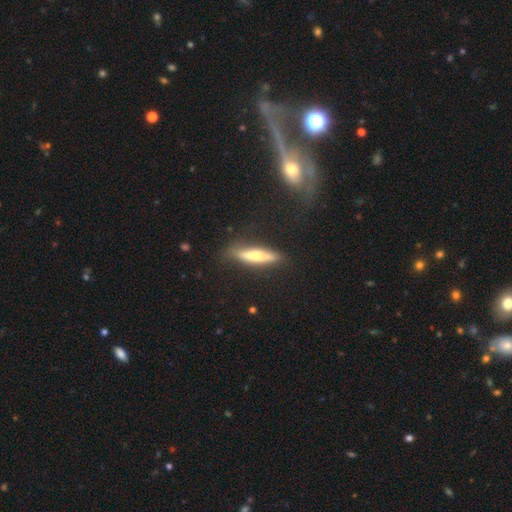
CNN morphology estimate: The model was most divided on "smooth or featured": smooth: 55%, featured or disk: 38%, star or artifact: 7%. More confident: how rounded — cigar-shaped (85%); merging — none (79%).